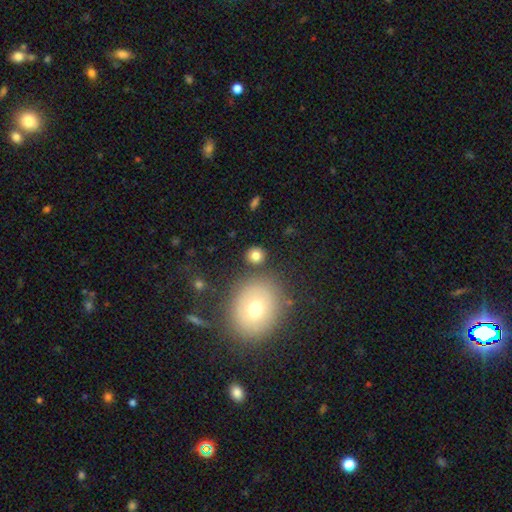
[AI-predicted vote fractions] smooth 81%, star or artifact 12%, featured or disk 7%. Down the decision tree: how rounded — round (85%); merging — none (83%).